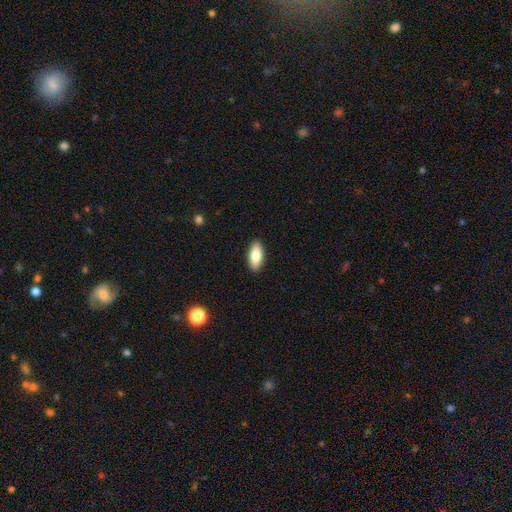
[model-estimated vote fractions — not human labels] smooth_or_featured: smooth (p=0.81) [alt: featured or disk p=0.12]
how_rounded: in between (p=0.84) [alt: cigar-shaped p=0.14]
merging: none (p=0.90) [alt: minor disturbance p=0.07]